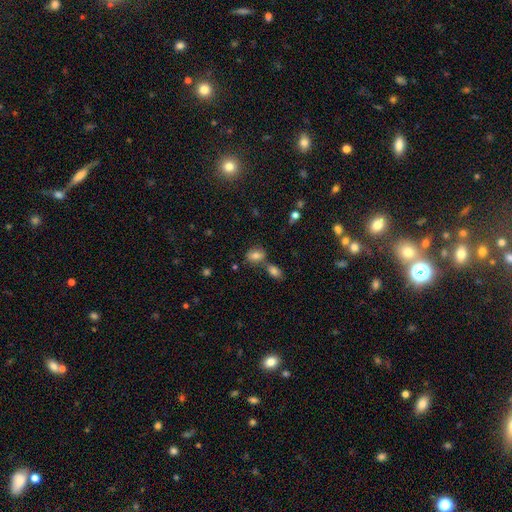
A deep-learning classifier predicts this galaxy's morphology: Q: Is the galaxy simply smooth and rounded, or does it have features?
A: smooth — 79%.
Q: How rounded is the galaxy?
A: in between — 77%.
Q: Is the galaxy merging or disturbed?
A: none — 56%.